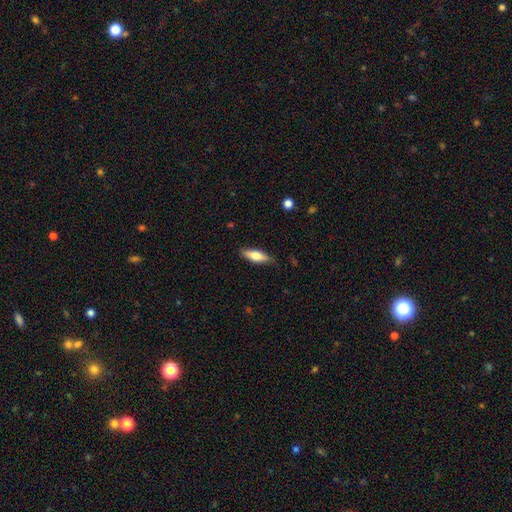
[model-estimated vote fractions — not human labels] Overall: smooth (63%; featured or disk 31%). How rounded: in between (50%; cigar-shaped 47%). Merging: none (81%).